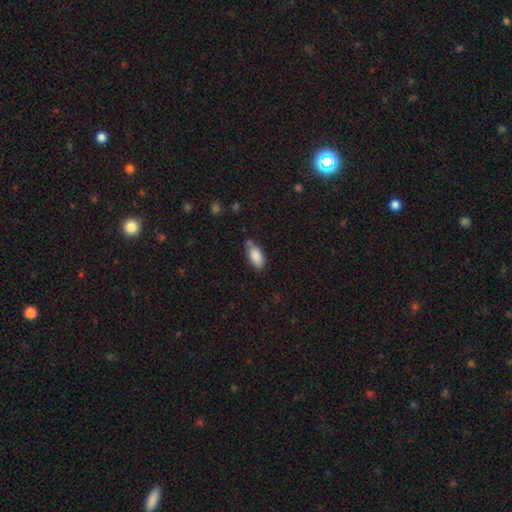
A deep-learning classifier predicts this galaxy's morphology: Smooth or featured: smooth — 87% (star or artifact — 7%)
How rounded: in between — 91% (cigar-shaped — 6%)
Merging: none — 58% (minor disturbance — 27%)